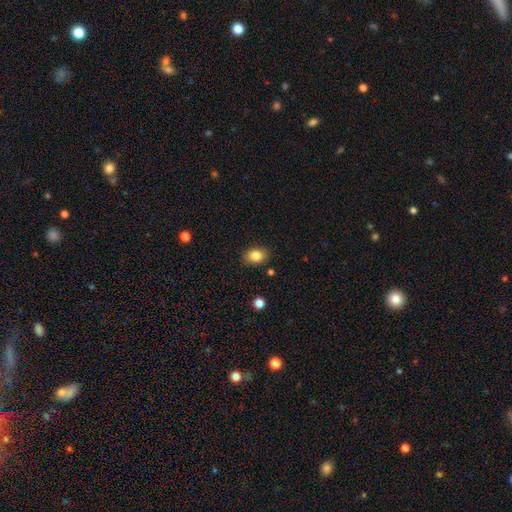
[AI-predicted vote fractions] Smooth or featured?
  - smooth: 85% *
  - star or artifact: 9%
  - featured or disk: 6%
How rounded?
  - in between: 71% *
  - round: 28%
  - cigar-shaped: 1%
Merging?
  - none: 84% *
  - minor disturbance: 11%
  - major disturbance: 3%
  - merger: 2%